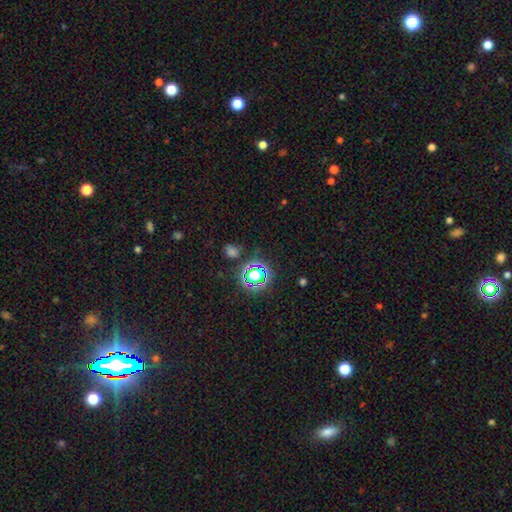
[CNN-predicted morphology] star or artifact 73%, smooth 20%, featured or disk 7%.